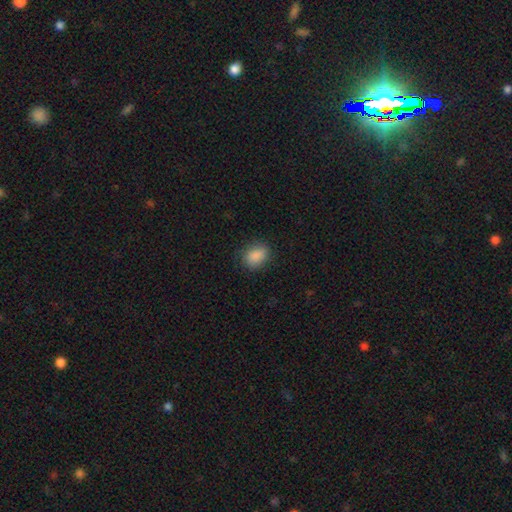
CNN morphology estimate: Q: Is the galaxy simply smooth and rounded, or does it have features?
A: smooth — 88%.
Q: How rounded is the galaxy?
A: in between — 67%.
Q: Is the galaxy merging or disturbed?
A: none — 83%.